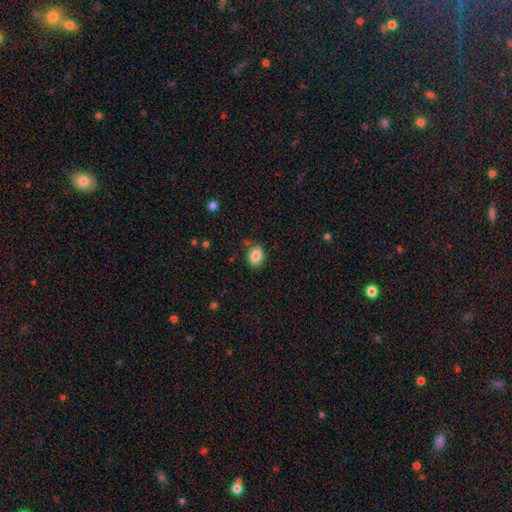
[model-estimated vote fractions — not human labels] A smooth galaxy with no disk features (85%) that is in between round and cigar-shaped (62%). Merging: none (78%).